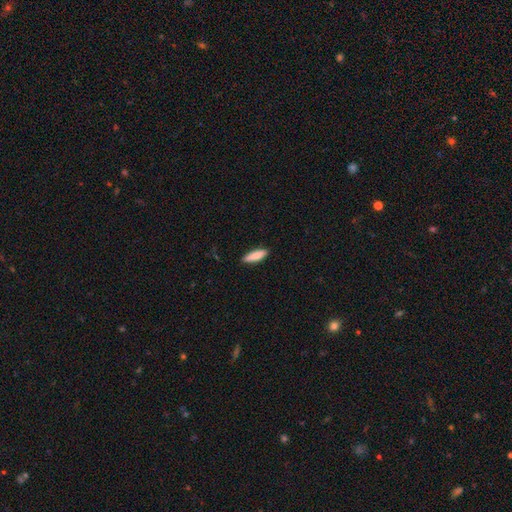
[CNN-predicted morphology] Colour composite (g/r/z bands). It shows a smooth galaxy with no disk features (86%) that is cigar-shaped (57%). Merging: none (88%).